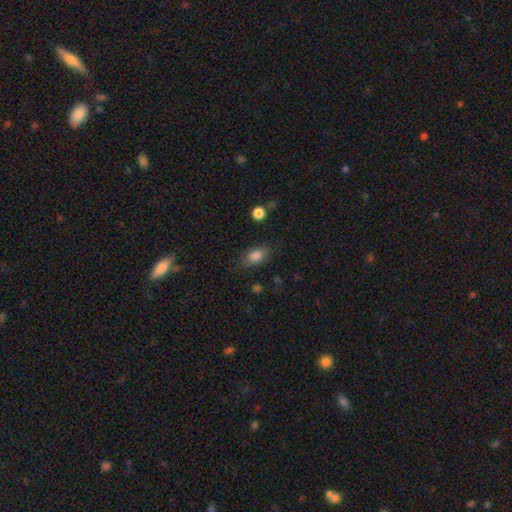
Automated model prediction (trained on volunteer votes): This appears to be a smooth galaxy with no disk features (84%) that is in between round and cigar-shaped (87%). Merging: none (78%).